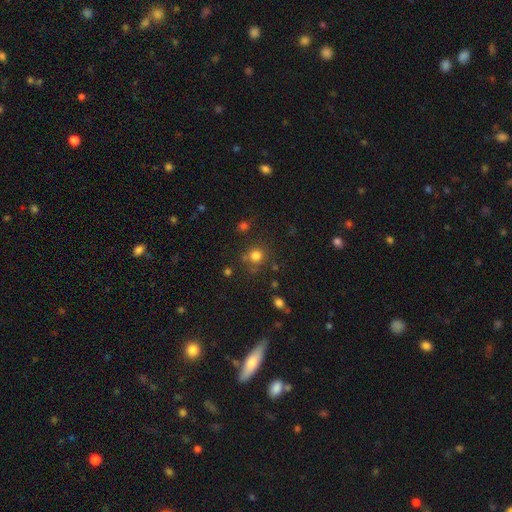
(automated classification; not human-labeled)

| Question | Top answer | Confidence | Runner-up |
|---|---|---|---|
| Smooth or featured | smooth | 77% | star or artifact (16%) |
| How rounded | round | 90% | in between (9%) |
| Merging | none | 75% | minor disturbance (12%) |